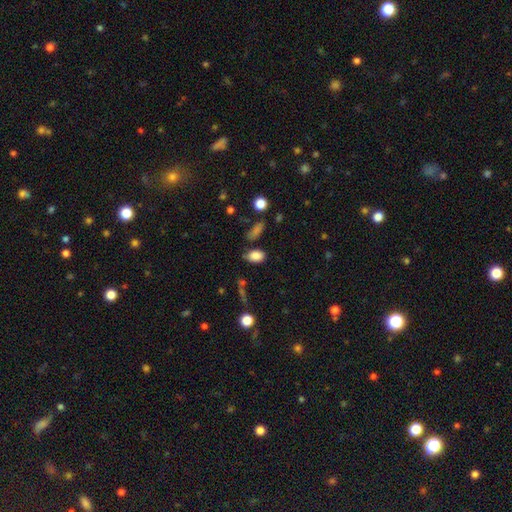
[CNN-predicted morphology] A smooth galaxy with no disk features (84%) that is in between round and cigar-shaped (89%). Merging: none (69%).